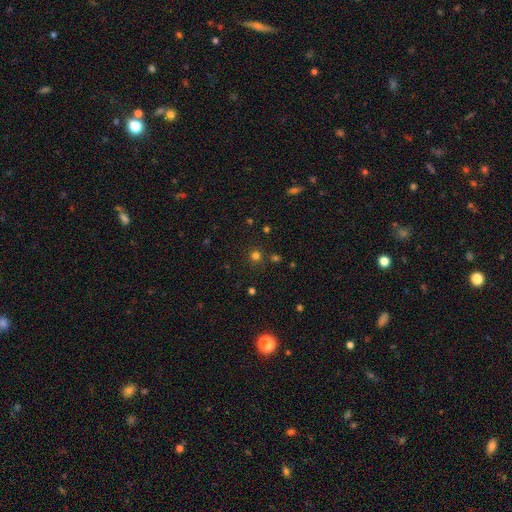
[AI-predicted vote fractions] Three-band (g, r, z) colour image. It shows a smooth galaxy with no disk features (70%) that is round (93%). Merging: none (84%).